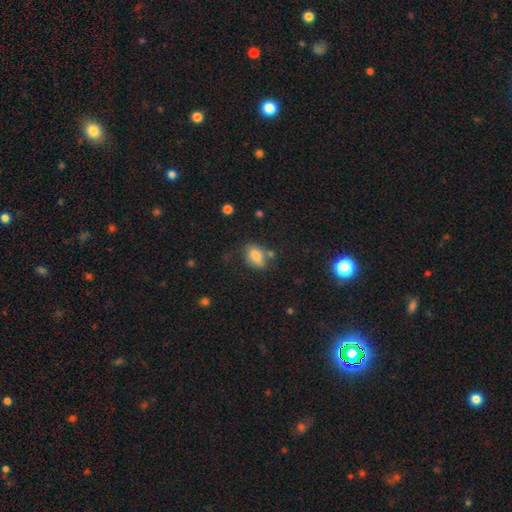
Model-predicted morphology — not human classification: Q: Smooth or featured?
A: smooth (74%); runner-up: featured or disk (16%)
Q: How rounded?
A: in between (79%); runner-up: round (17%)
Q: Merging?
A: none (57%); runner-up: minor disturbance (24%)